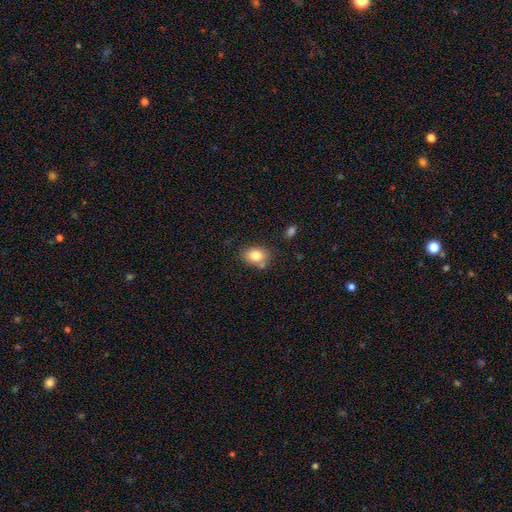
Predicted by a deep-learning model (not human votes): smooth-or-featured: smooth: 81% | featured or disk: 10% | star or artifact: 9%
  how-rounded: in between: 69% | round: 29% | cigar-shaped: 1%
  merging: none: 70% | minor disturbance: 17% | merger: 9% | major disturbance: 4%